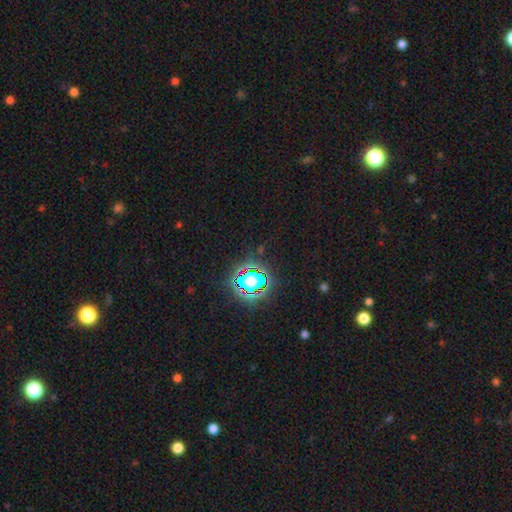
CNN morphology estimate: This appears to be a star or artifact, not a galaxy (80%).